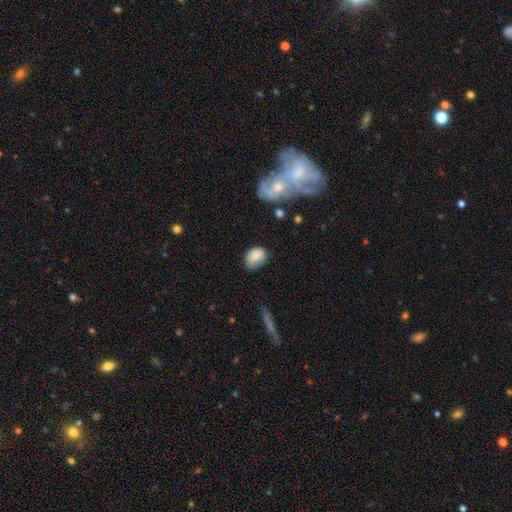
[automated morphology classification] smooth_or_featured: smooth (p=0.81) [alt: featured or disk p=0.11]
how_rounded: in between (p=0.74) [alt: round p=0.25]
merging: none (p=0.59) [alt: minor disturbance p=0.31]